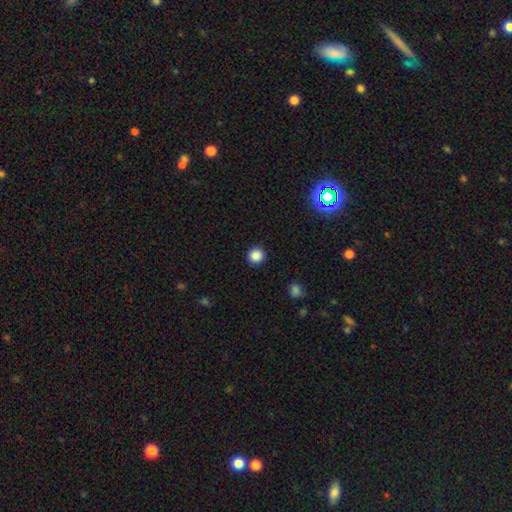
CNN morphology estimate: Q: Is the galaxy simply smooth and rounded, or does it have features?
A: smooth — 86%.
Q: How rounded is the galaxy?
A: round — 94%.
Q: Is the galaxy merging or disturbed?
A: none — 92%.